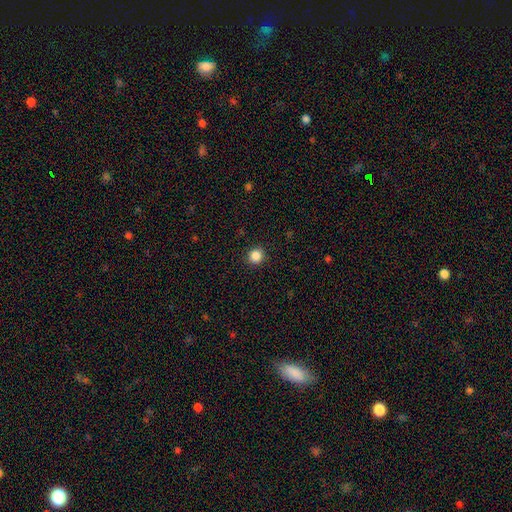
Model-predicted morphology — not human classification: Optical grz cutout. It shows a smooth galaxy with no disk features (86%) that is round (92%). Merging: none (92%).